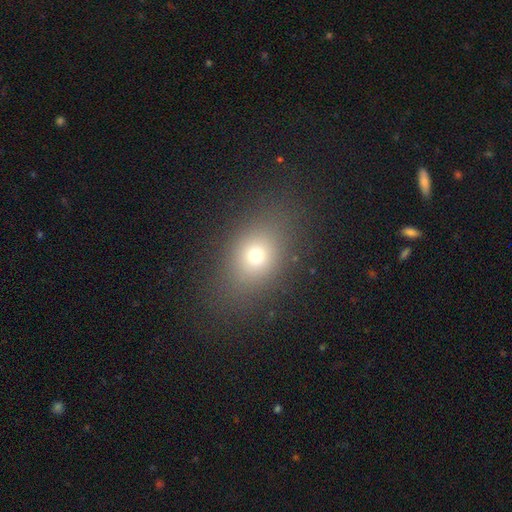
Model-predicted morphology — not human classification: Overall: smooth (69%). How rounded: in between (63%; round 34%). Merging: none (81%).